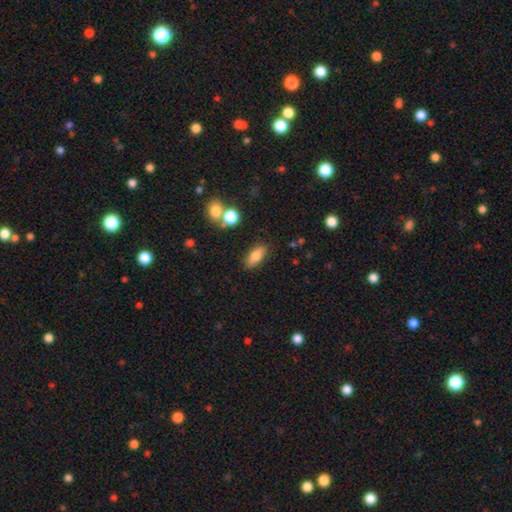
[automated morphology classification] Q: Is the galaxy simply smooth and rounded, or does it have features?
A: smooth — 76%.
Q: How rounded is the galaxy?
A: in between — 76%.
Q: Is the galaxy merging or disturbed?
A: none — 80%.